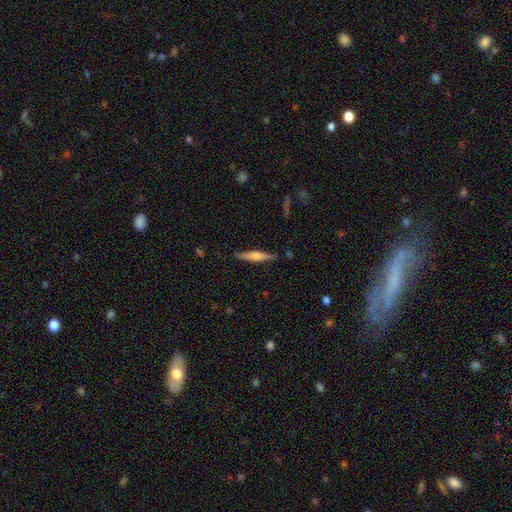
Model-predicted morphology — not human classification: This is possibly a featured or disk galaxy (56%). It is clearly viewed edge-on (97%). Edge-on bulge: likely rounded (78%). Merging: clearly none (87%).